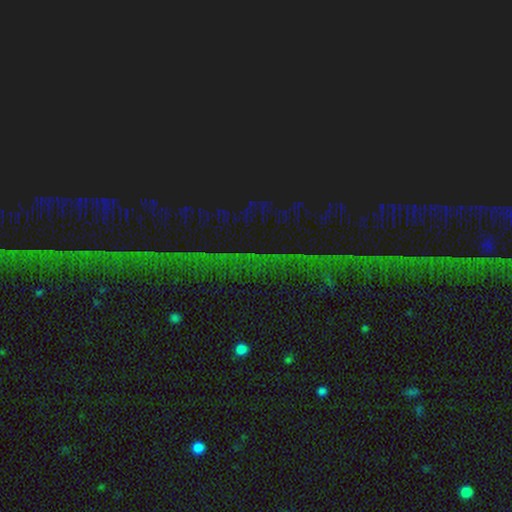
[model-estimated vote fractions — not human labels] Q: Smooth or featured?
A: star or artifact (86%); runner-up: featured or disk (7%)